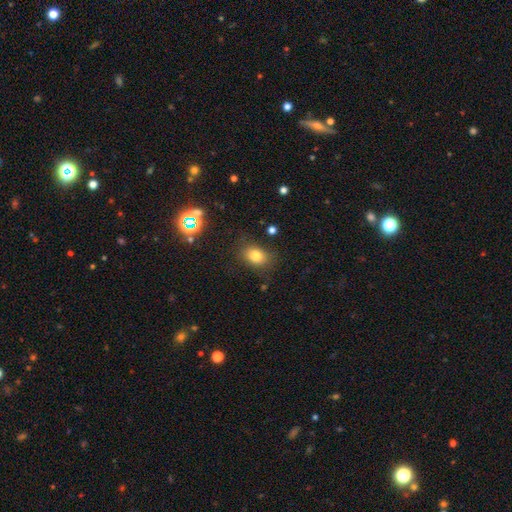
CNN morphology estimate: This is likely a smooth galaxy (78%). How rounded: likely in between (63%). Merging: likely none (78%).